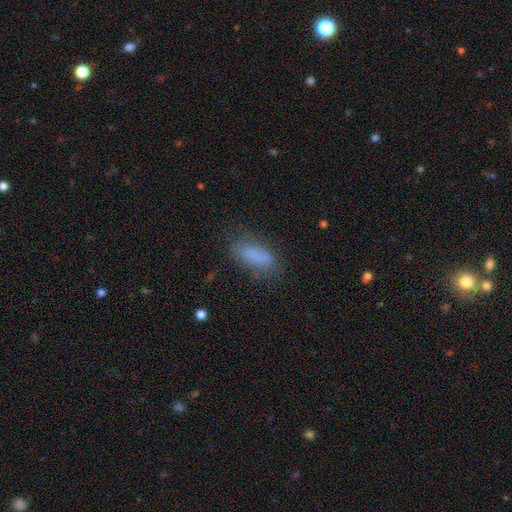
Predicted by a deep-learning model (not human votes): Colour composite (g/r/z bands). It shows a smooth galaxy with no disk features (81%) that is in between round and cigar-shaped (71%). Merging: none (72%).